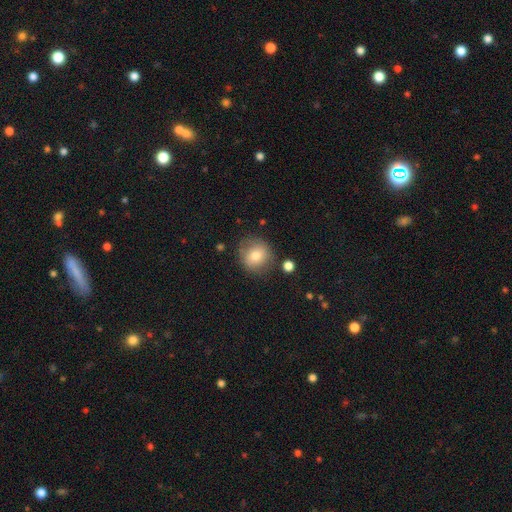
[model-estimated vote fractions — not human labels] smooth 74%, featured or disk 17%, star or artifact 10%. Down the decision tree: how rounded — round (89%); merging — none (78%).